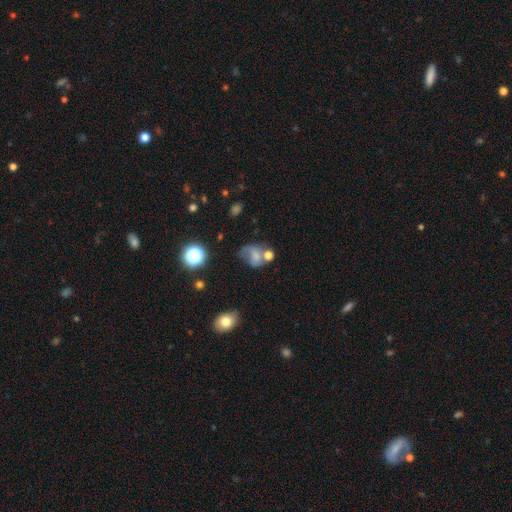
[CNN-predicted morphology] A smooth galaxy with no disk features (51%) that is in between round and cigar-shaped (55%). Merging: none (32%).